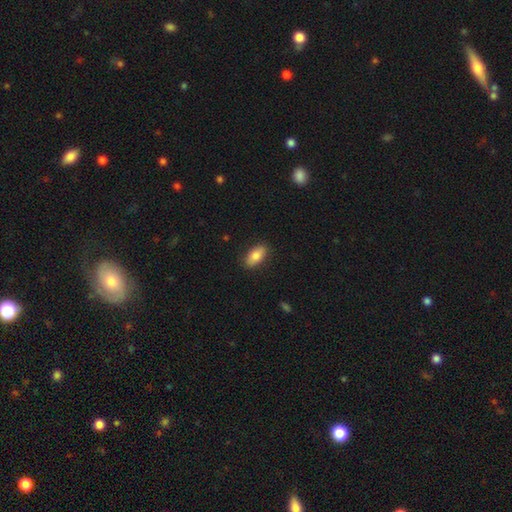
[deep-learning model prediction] This is clearly a smooth galaxy (82%). How rounded: clearly in between (89%). Merging: clearly none (87%).